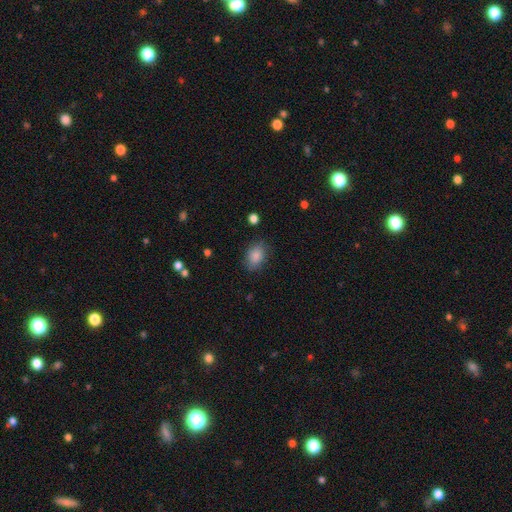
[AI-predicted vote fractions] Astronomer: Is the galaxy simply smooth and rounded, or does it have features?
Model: smooth — 86%.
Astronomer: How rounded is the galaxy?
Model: in between — 82%.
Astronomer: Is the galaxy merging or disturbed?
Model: none — 79%.